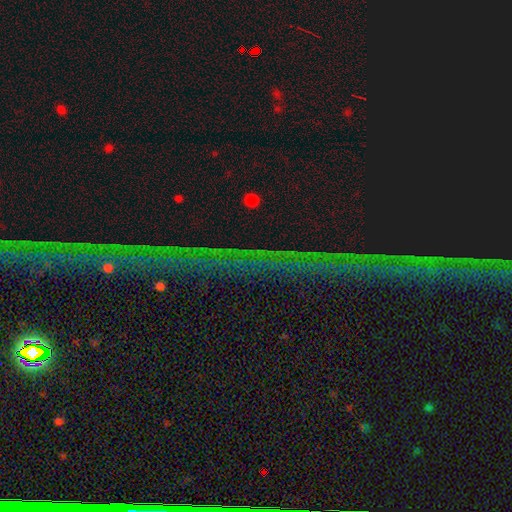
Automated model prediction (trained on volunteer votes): Overall: star or artifact (77%).